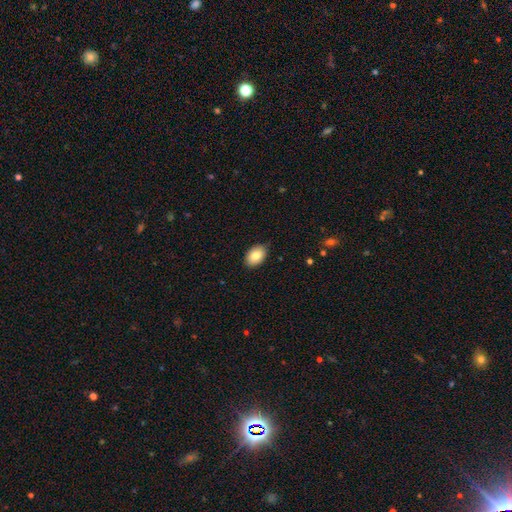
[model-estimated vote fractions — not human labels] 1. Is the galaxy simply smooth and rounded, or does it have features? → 84% smooth, 9% featured or disk, 7% star or artifact.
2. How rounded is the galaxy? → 87% in between, 12% round, 1% cigar-shaped.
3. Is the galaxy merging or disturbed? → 86% none, 11% minor disturbance, 2% major disturbance, 1% merger.